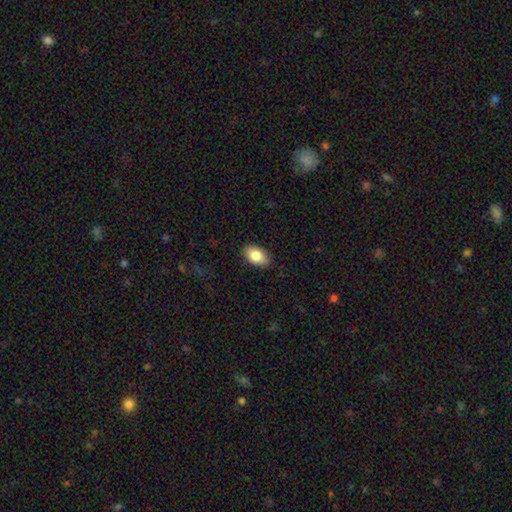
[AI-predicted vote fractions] A smooth galaxy with no disk features (83%) that is in between round and cigar-shaped (93%).

Vote fractions:
- Smooth or featured? smooth: 83% / featured or disk: 11% / star or artifact: 7%
- How rounded? in between: 93% / round: 6% / cigar-shaped: 2%
- Merging? none: 87% / minor disturbance: 10% / major disturbance: 2% / merger: 1%